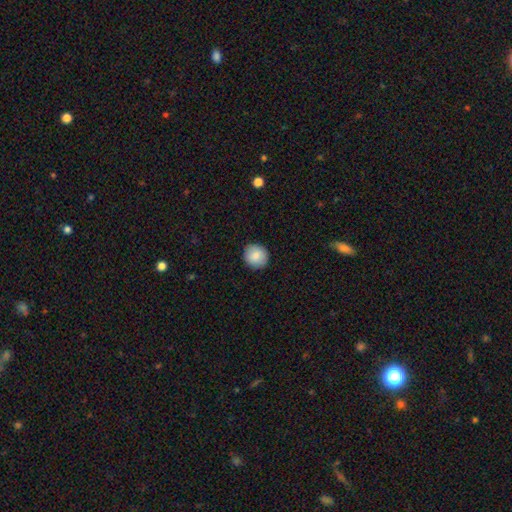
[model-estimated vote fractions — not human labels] This is clearly a smooth galaxy (85%). How rounded: clearly round (90%). Merging: clearly none (90%).